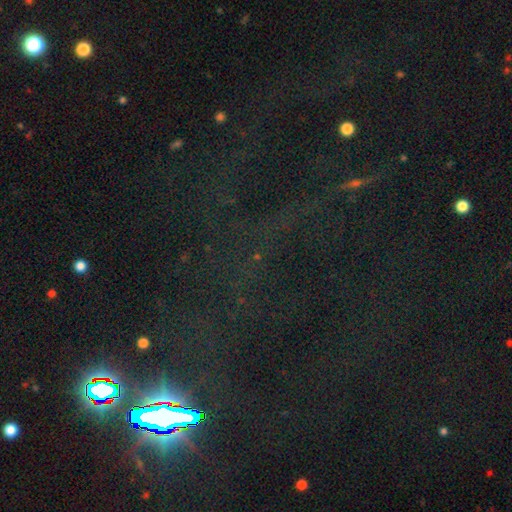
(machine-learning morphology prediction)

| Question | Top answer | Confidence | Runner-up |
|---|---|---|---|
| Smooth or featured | star or artifact | 81% | smooth (10%) |